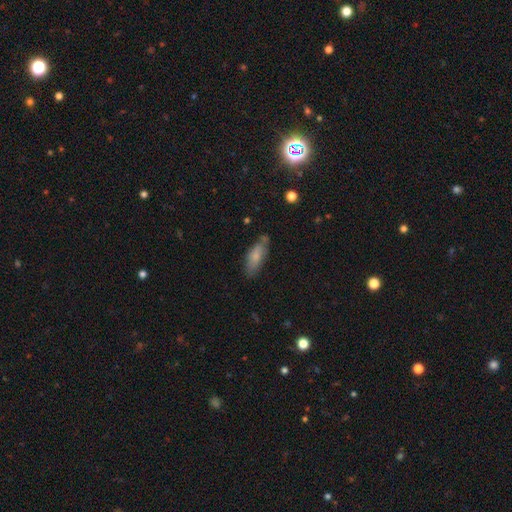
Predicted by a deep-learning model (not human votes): Morphology: type=smooth (74%); roundness=in between (68%); merging=none (63%).